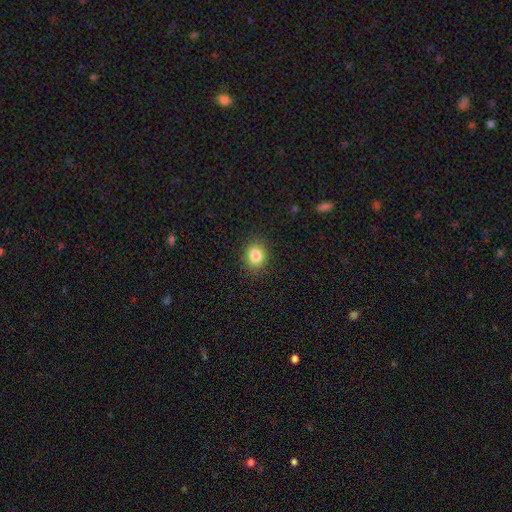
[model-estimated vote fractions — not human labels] Morphology: type=smooth (84%); roundness=round (53%); merging=none (86%).